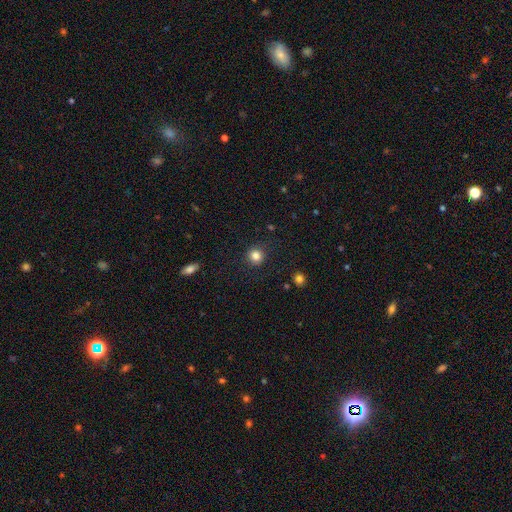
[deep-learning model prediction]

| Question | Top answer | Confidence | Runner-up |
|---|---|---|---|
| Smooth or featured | smooth | 83% | star or artifact (12%) |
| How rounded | round | 91% | in between (8%) |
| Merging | none | 89% | minor disturbance (7%) |